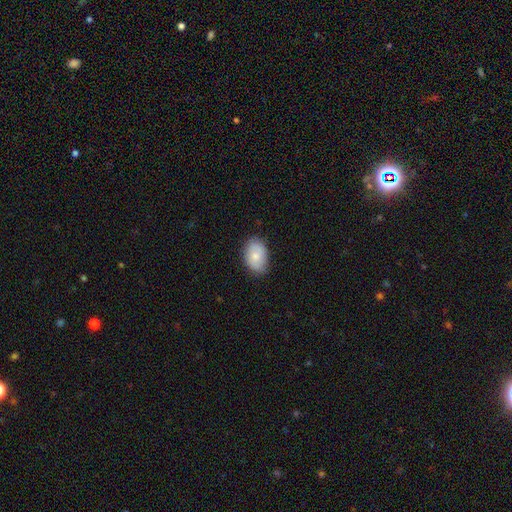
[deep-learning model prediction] A smooth galaxy with no disk features (70%) that is in between round and cigar-shaped (81%).

Vote fractions:
- Smooth or featured? smooth: 70% / featured or disk: 23% / star or artifact: 7%
- How rounded? in between: 81% / round: 18% / cigar-shaped: 1%
- Merging? none: 74% / minor disturbance: 21% / major disturbance: 4% / merger: 1%